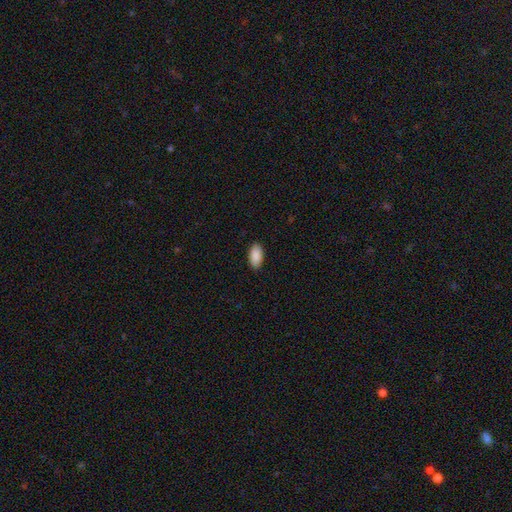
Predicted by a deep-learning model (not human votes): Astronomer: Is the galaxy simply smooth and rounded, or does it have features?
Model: smooth — 91%.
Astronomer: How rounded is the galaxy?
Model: in between — 94%.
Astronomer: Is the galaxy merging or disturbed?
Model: none — 89%.